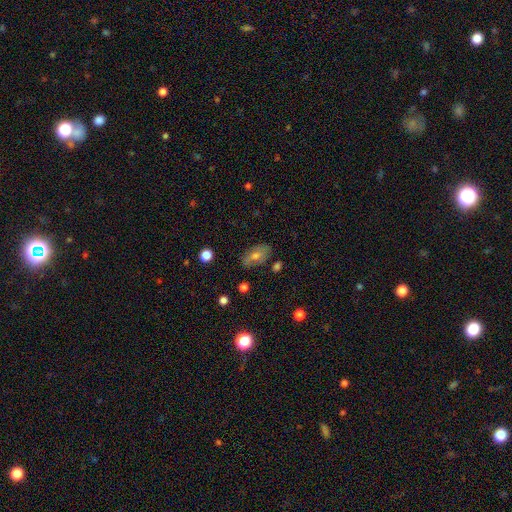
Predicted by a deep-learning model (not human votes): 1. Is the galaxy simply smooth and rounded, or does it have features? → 49% smooth, 37% featured or disk, 14% star or artifact.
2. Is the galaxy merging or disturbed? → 75% none, 18% minor disturbance, 5% major disturbance, 3% merger.